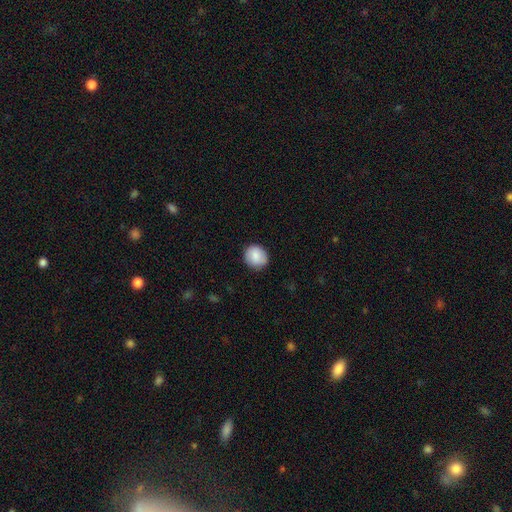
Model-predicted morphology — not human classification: Smooth or featured? Predicted: smooth (p=0.85). How rounded? Predicted: round (p=0.81). Merging? Predicted: none (p=0.86).